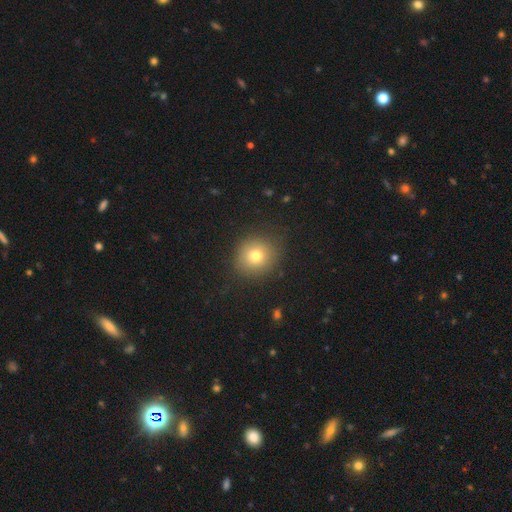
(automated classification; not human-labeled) This appears to be a smooth galaxy with no disk features (74%) that is round (87%). Merging: none (84%).